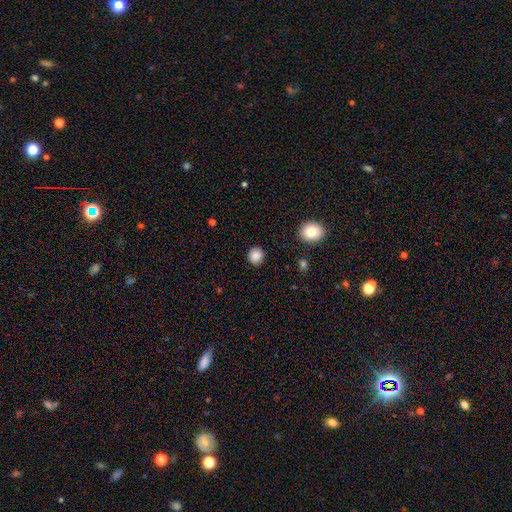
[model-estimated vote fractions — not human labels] Morphology: type=smooth (87%); roundness=round (83%); merging=none (89%).